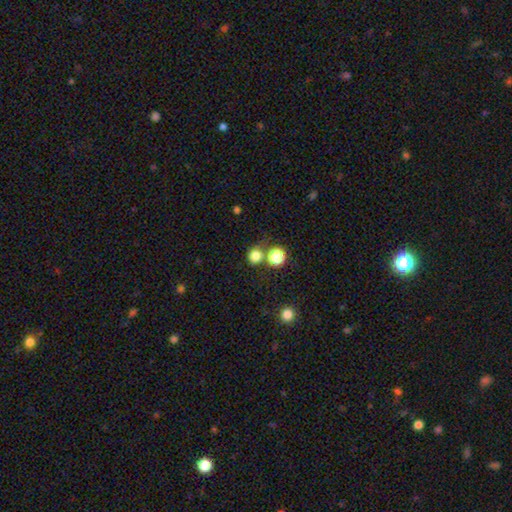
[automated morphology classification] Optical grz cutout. It shows a smooth galaxy with no disk features (78%) that is round (88%). Merging: none (68%).